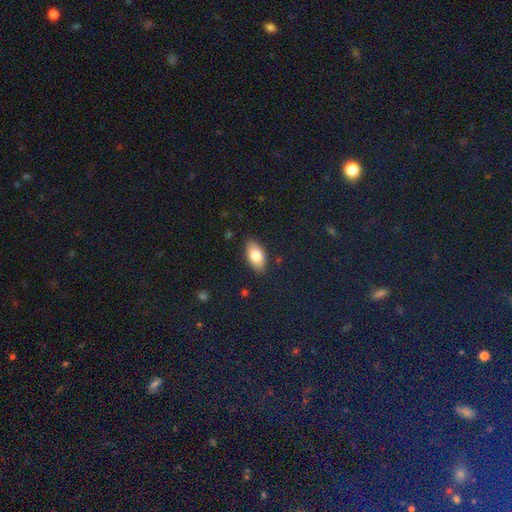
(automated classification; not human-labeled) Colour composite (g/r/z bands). It shows a smooth galaxy with no disk features (79%) that is in between round and cigar-shaped (91%). Merging: none (86%).